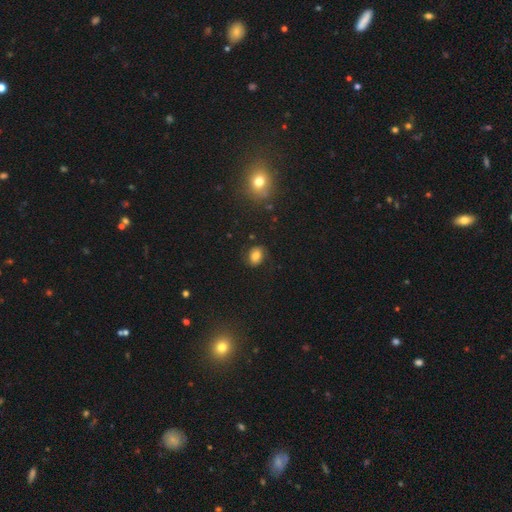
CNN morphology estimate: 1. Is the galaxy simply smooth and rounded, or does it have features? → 76% smooth, 12% star or artifact, 11% featured or disk.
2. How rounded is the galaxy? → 53% in between, 45% round, 1% cigar-shaped.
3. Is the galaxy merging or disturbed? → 81% none, 13% minor disturbance, 4% major disturbance, 2% merger.